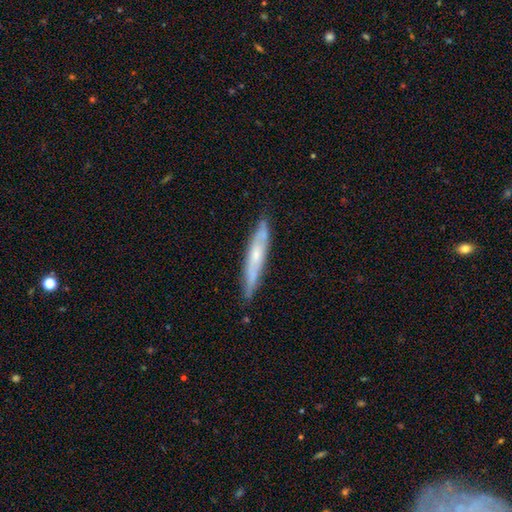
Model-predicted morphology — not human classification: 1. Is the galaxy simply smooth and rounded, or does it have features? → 54% featured or disk, 40% smooth, 6% star or artifact.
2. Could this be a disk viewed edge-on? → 74% yes, 26% no.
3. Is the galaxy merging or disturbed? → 79% none, 17% minor disturbance, 3% major disturbance, 2% merger.